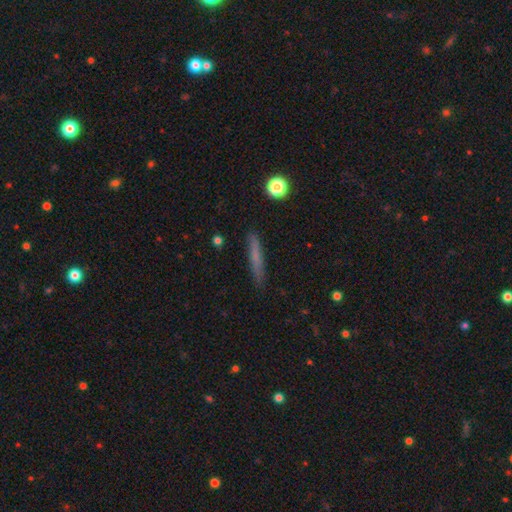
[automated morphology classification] This is likely a smooth galaxy (65%). How rounded: clearly cigar-shaped (94%). Merging: clearly none (88%).